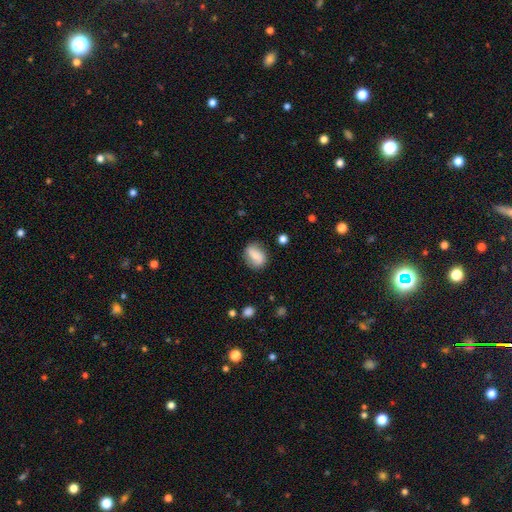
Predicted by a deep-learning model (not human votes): This appears to be a smooth galaxy with no disk features (71%) that is in between round and cigar-shaped (68%). Merging: none (76%).